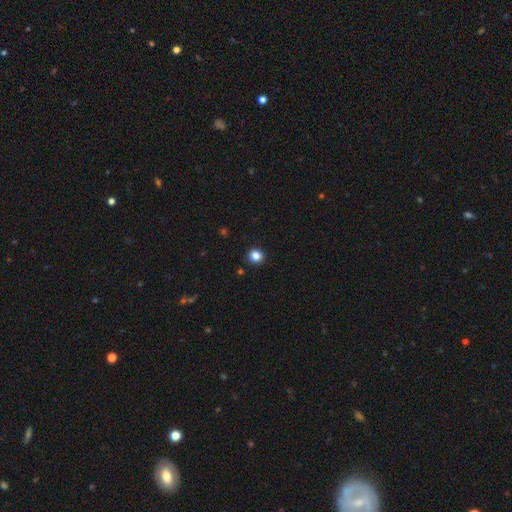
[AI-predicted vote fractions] Smooth or featured: smooth — 84% (star or artifact — 12%)
How rounded: round — 82% (in between — 17%)
Merging: none — 91% (minor disturbance — 6%)